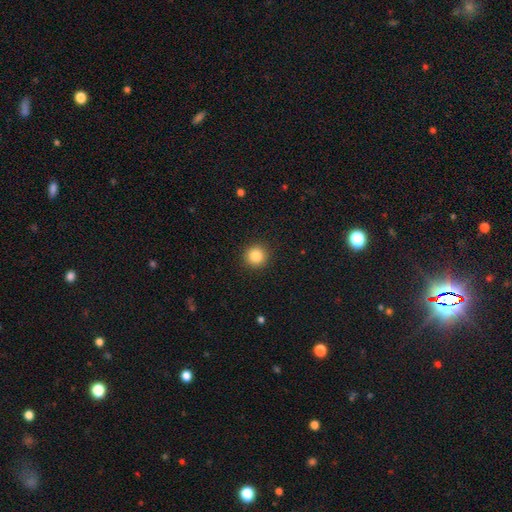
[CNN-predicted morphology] Q: Smooth or featured?
A: smooth (85%); runner-up: star or artifact (10%)
Q: How rounded?
A: round (95%); runner-up: in between (4%)
Q: Merging?
A: none (92%); runner-up: minor disturbance (5%)